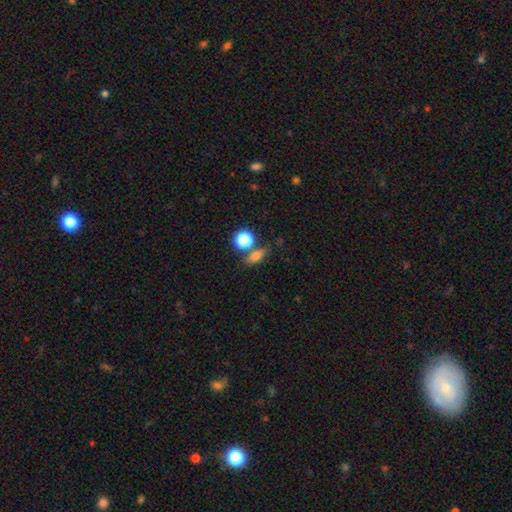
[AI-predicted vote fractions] Smooth or featured?
  - smooth: 75% *
  - star or artifact: 15%
  - featured or disk: 9%
How rounded?
  - in between: 62% *
  - round: 26%
  - cigar-shaped: 12%
Merging?
  - none: 66% *
  - merger: 16%
  - minor disturbance: 13%
  - major disturbance: 5%